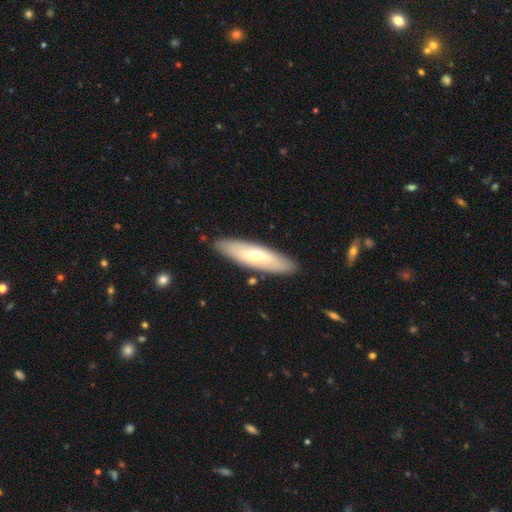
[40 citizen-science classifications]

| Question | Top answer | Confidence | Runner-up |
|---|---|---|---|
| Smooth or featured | smooth | 55% | featured or disk (45%) |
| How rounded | cigar-shaped | 73% | in between (27%) |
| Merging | none | 85% | minor disturbance (10%) |